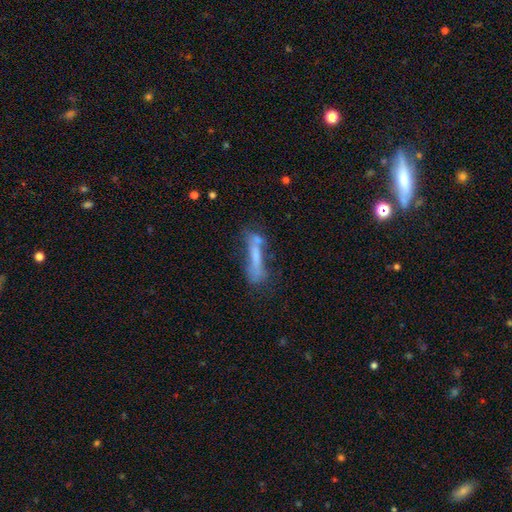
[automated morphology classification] smooth_or_featured: smooth (p=0.49) [alt: featured or disk p=0.39]
merging: none (p=0.38) [alt: minor disturbance p=0.21]